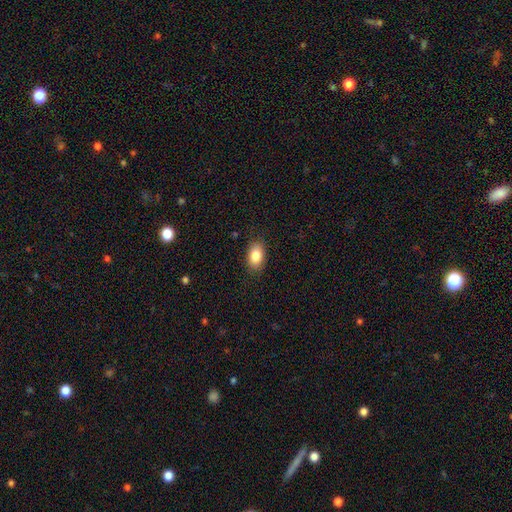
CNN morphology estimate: Smooth or featured: smooth — 85% (star or artifact — 8%)
How rounded: in between — 89% (round — 10%)
Merging: none — 86% (minor disturbance — 11%)